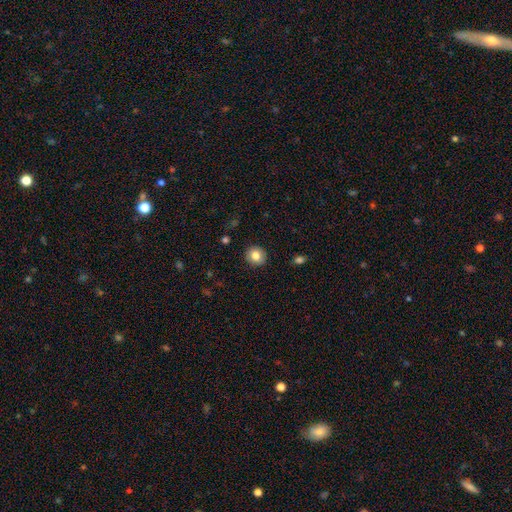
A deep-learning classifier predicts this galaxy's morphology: This is clearly a smooth galaxy (81%). How rounded: clearly round (87%). Merging: clearly none (90%).